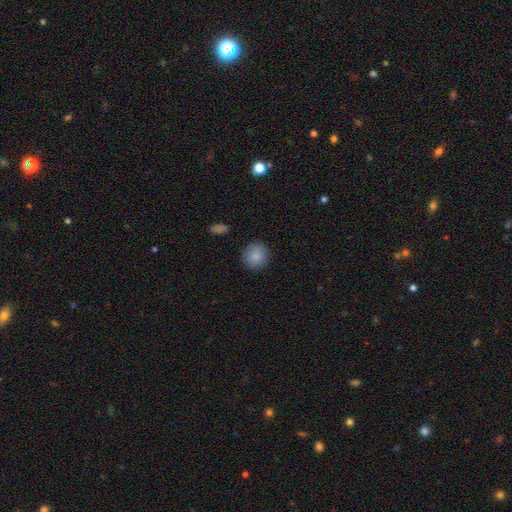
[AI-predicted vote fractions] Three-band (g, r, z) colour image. It shows a smooth galaxy with no disk features (87%) that is round (92%). Merging: none (90%).